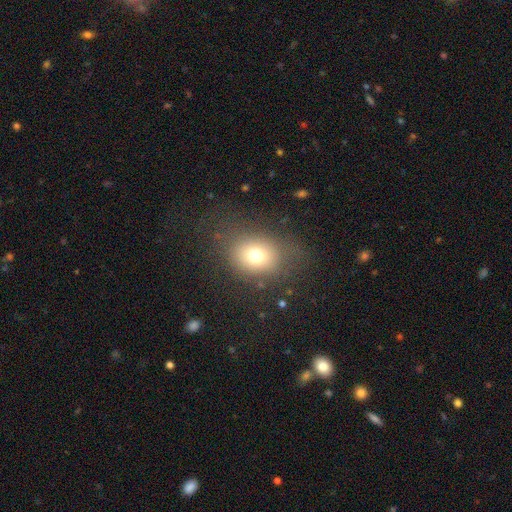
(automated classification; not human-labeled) Q: Smooth or featured?
A: smooth (72%); runner-up: star or artifact (15%)
Q: How rounded?
A: round (53%); runner-up: in between (46%)
Q: Merging?
A: none (73%); runner-up: minor disturbance (14%)